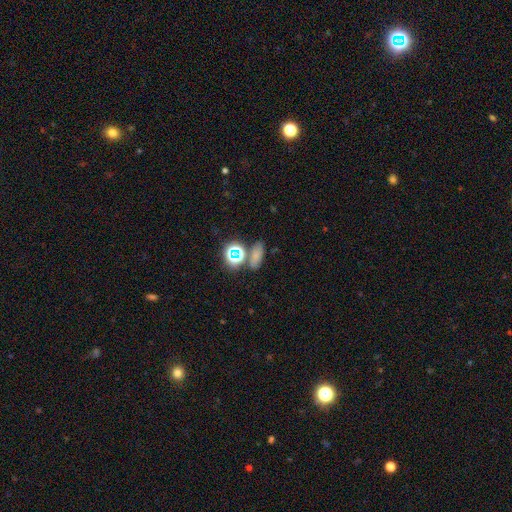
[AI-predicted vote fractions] A smooth galaxy with no disk features (61%) that is in between round and cigar-shaped (63%). Merging: none (68%).